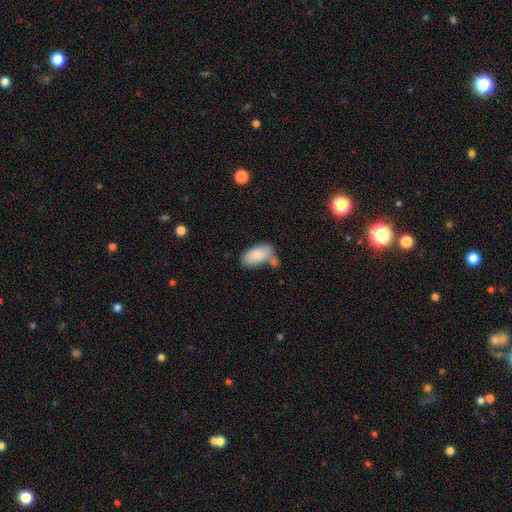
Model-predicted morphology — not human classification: This appears to be a smooth galaxy with no disk features (84%) that is in between round and cigar-shaped (94%). Merging: none (42%).